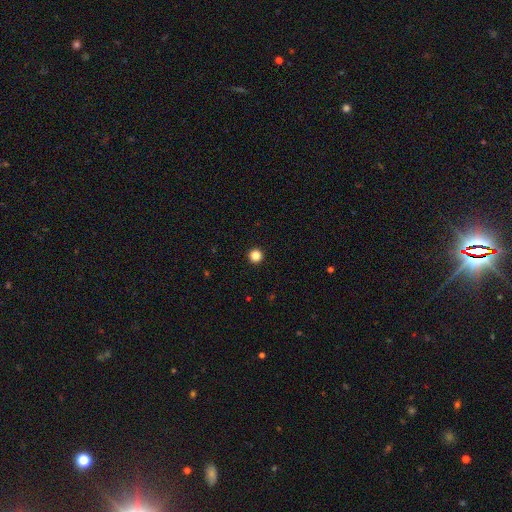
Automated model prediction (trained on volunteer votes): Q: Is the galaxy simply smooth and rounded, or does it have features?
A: smooth — 85%.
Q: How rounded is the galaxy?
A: round — 97%.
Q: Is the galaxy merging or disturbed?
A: none — 95%.